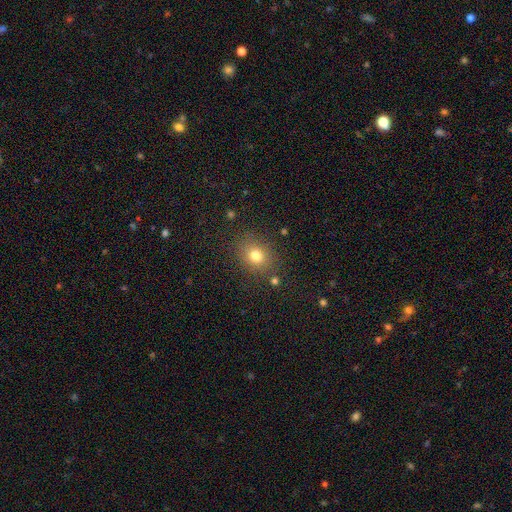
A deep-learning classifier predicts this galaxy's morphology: Smooth or featured?
  - smooth: 77% *
  - star or artifact: 14%
  - featured or disk: 8%
How rounded?
  - round: 62% *
  - in between: 37%
  - cigar-shaped: 1%
Merging?
  - none: 82% *
  - minor disturbance: 11%
  - major disturbance: 4%
  - merger: 3%